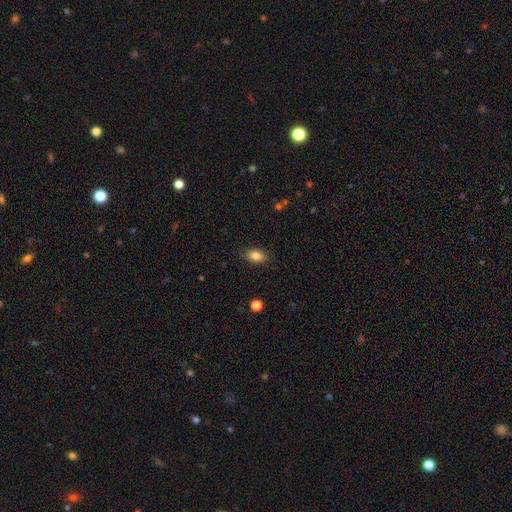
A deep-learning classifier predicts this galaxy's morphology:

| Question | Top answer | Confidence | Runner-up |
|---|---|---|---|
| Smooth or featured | smooth | 85% | star or artifact (9%) |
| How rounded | in between | 86% | round (12%) |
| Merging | none | 86% | minor disturbance (10%) |